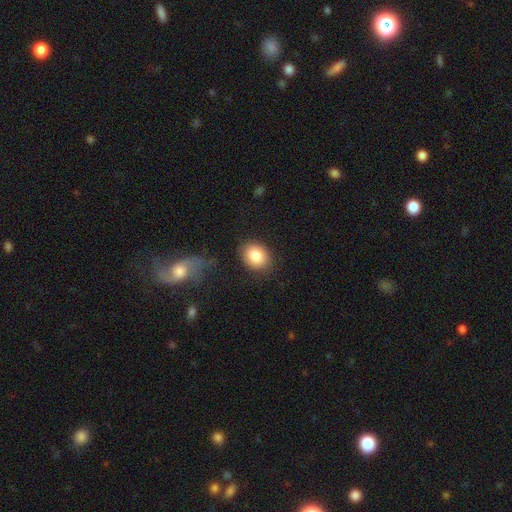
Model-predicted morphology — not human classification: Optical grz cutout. It shows a smooth galaxy with no disk features (84%) that is in between round and cigar-shaped (51%). Merging: none (82%).